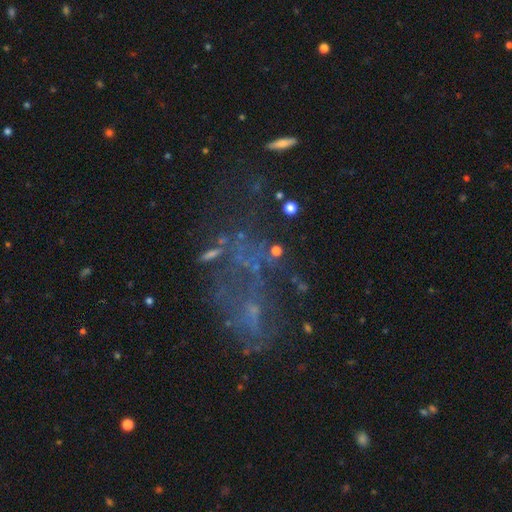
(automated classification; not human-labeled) featured or disk 50%, star or artifact 31%, smooth 19%. Down the decision tree: edge-on disk — no (95%); merging — major disturbance (41%).